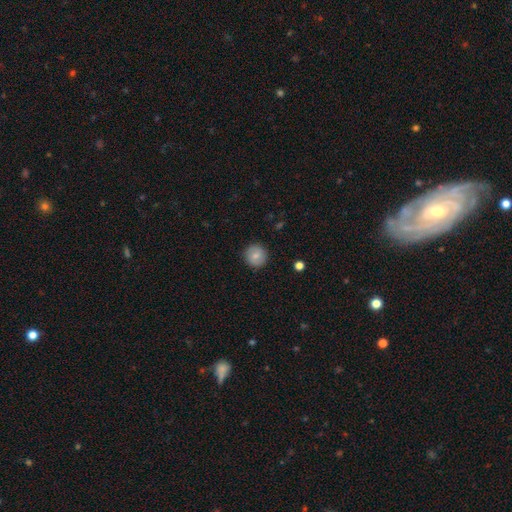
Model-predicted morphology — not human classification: smooth_or_featured: smooth (p=0.72) [alt: featured or disk p=0.20]
how_rounded: round (p=0.92) [alt: in between p=0.07]
merging: none (p=0.89) [alt: minor disturbance p=0.07]